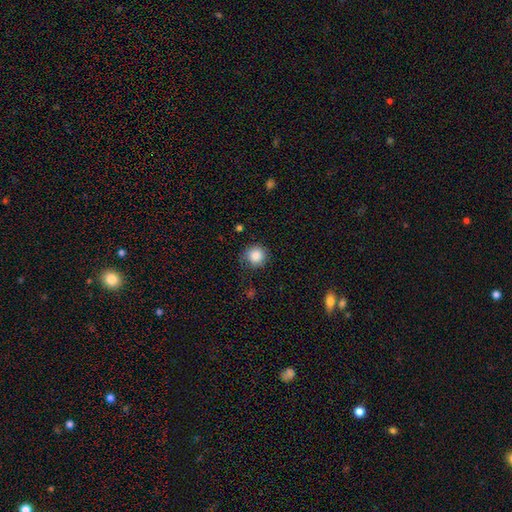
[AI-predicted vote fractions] Smooth or featured?
  - smooth: 86% *
  - star or artifact: 9%
  - featured or disk: 5%
How rounded?
  - round: 92% *
  - in between: 8%
  - cigar-shaped: 1%
Merging?
  - none: 74% *
  - minor disturbance: 19%
  - major disturbance: 5%
  - merger: 2%